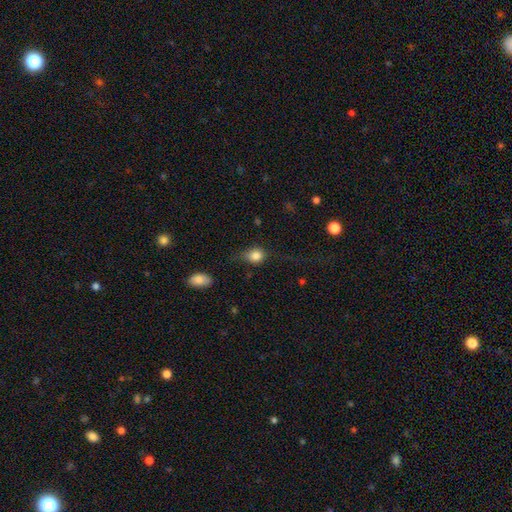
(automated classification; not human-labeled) Morphology: type=smooth (82%); roundness=round (56%); merging=none (52%).